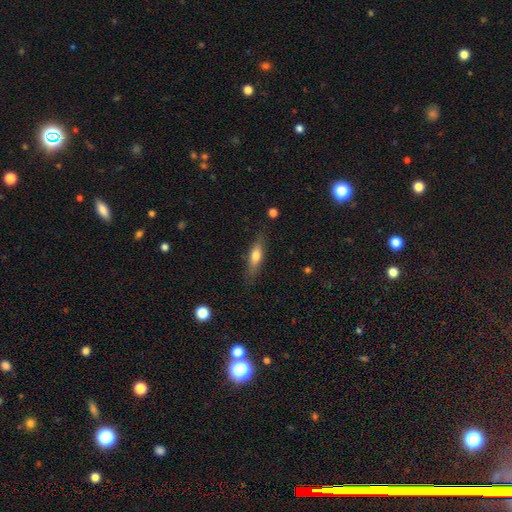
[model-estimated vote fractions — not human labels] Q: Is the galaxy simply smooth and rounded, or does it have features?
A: smooth — 63%.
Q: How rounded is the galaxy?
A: cigar-shaped — 62%.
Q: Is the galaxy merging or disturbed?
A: none — 80%.